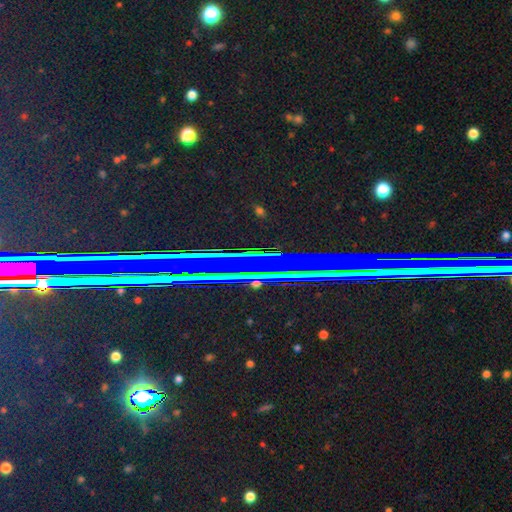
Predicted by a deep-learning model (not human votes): Smooth or featured? star or artifact (80%)